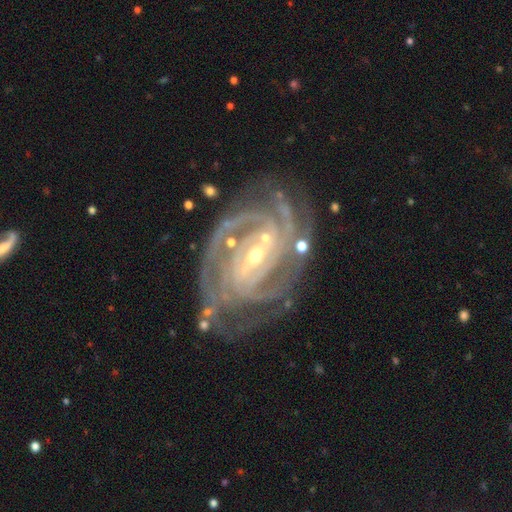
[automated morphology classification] Overall: featured or disk (92%). Edge-on disk: no (97%). Bar: strong (41%; weak 40%). Spiral arms: yes (98%). Spiral arm count: 4 (30%; 3 24%). Spiral winding: tight (74%). Bulge size: small (60%; moderate 36%). Merging: none (69%).